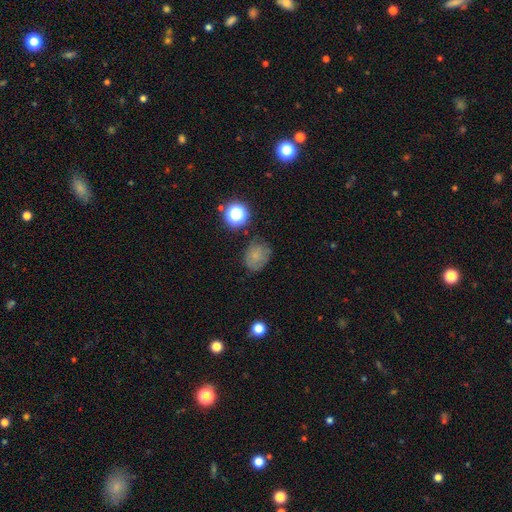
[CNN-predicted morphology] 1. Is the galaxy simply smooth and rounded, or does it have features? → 69% smooth, 16% star or artifact, 15% featured or disk.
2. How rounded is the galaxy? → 60% round, 39% in between, 1% cigar-shaped.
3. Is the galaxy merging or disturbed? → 67% none, 23% minor disturbance, 8% major disturbance, 3% merger.